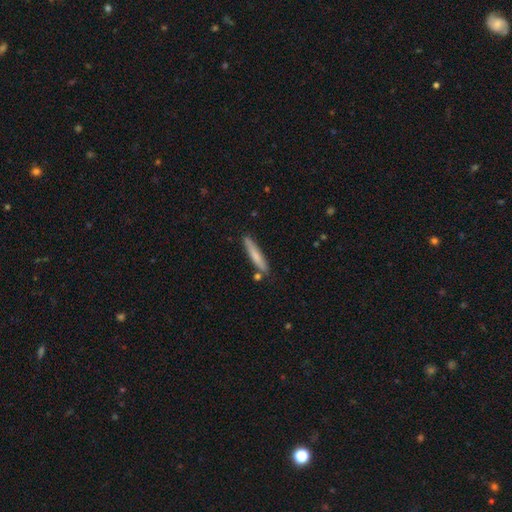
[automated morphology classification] smooth-or-featured: smooth: 71% | featured or disk: 23% | star or artifact: 6%
  how-rounded: cigar-shaped: 93% | in between: 6% | round: 1%
  merging: none: 82% | minor disturbance: 12% | merger: 5% | major disturbance: 2%